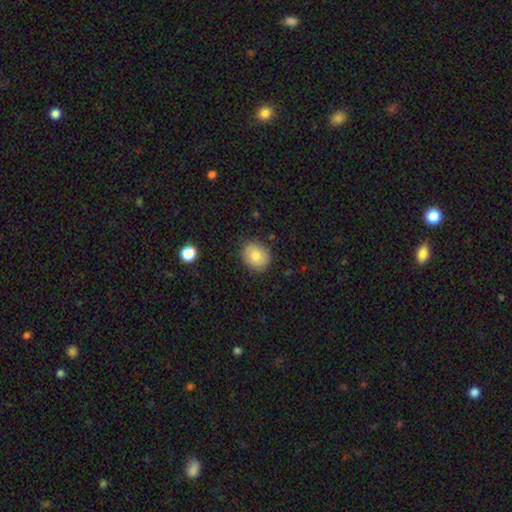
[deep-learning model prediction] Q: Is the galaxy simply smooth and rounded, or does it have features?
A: smooth — 81%.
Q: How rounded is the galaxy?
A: round — 54%.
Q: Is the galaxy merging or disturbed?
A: none — 85%.